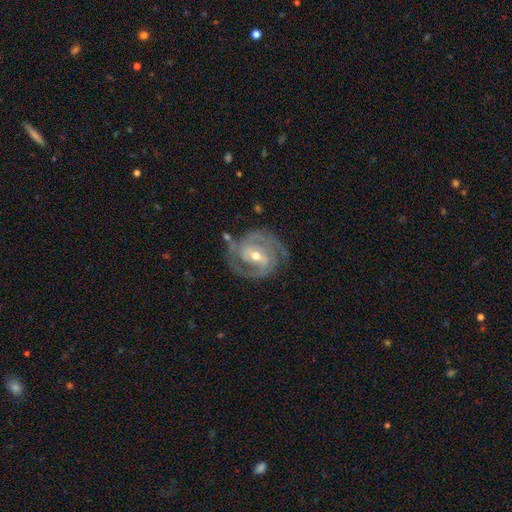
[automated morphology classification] Smooth or featured?
  - featured or disk: 89% *
  - smooth: 6%
  - star or artifact: 5%
Edge-on disk?
  - no: 97% *
  - yes: 3%
Bar?
  - weak: 44% *
  - strong: 32%
  - no: 24%
Spiral arms?
  - yes: 96% *
  - no: 4%
Spiral winding?
  - tight: 57% *
  - medium: 37%
  - loose: 6%
Spiral arm count?
  - 2: 71% *
  - 3: 13%
  - can't tell: 9%
  - 4: 3%
  - 1: 3%
  - more than 4: 2%
Bulge size?
  - moderate: 58% *
  - small: 39%
  - large: 2%
  - none: 1%
  - dominant: 1%
Merging?
  - none: 74% *
  - minor disturbance: 16%
  - major disturbance: 7%
  - merger: 3%